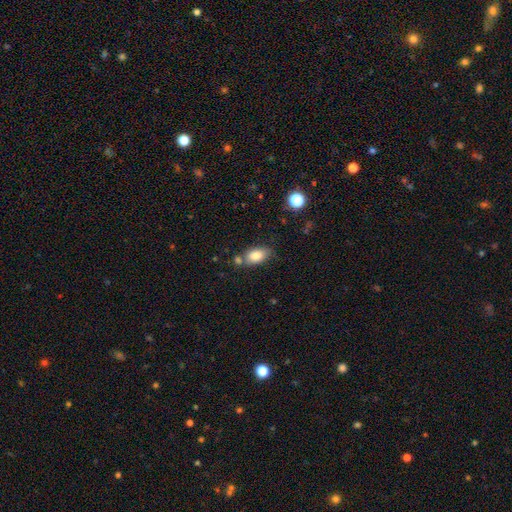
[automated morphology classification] smooth-or-featured: smooth: 82% | featured or disk: 9% | star or artifact: 8%
  how-rounded: in between: 89% | round: 8% | cigar-shaped: 3%
  merging: none: 63% | minor disturbance: 18% | merger: 15% | major disturbance: 4%